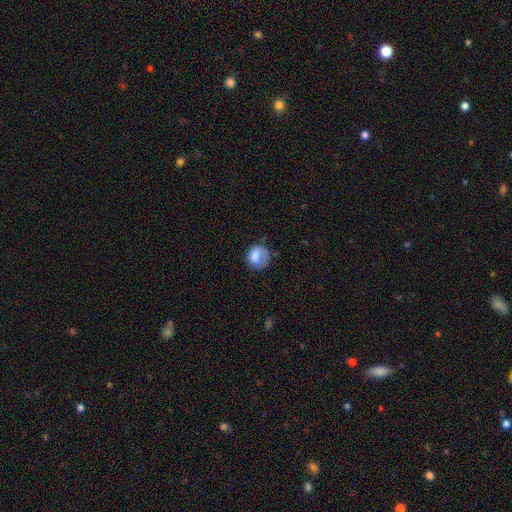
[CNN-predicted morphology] This is likely a smooth galaxy (77%). How rounded: likely round (69%). Merging: possibly none (48%).